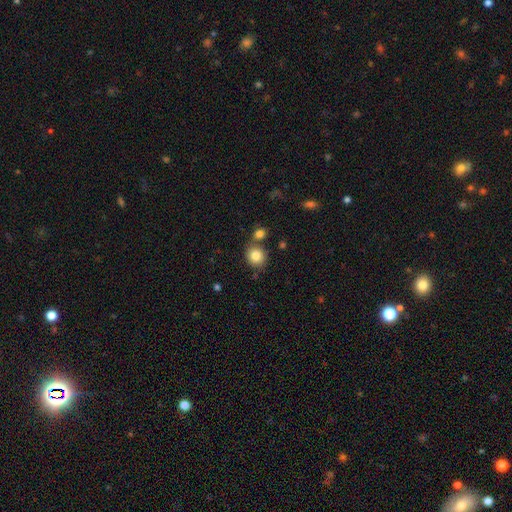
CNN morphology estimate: A smooth galaxy with no disk features (83%) that is round (84%). Merging: none (68%).